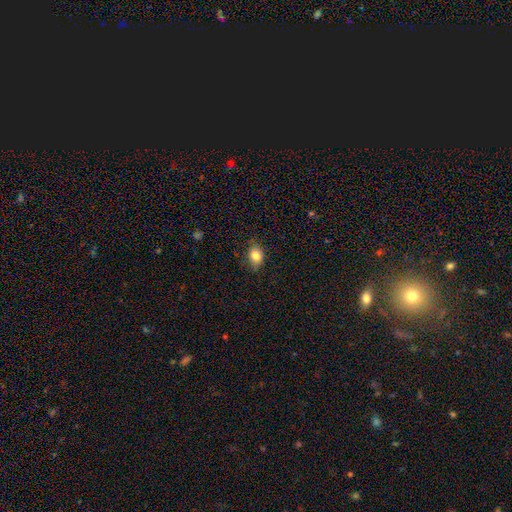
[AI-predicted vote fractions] Smooth or featured: smooth — 83% (star or artifact — 9%)
How rounded: in between — 68% (round — 31%)
Merging: none — 76% (minor disturbance — 19%)